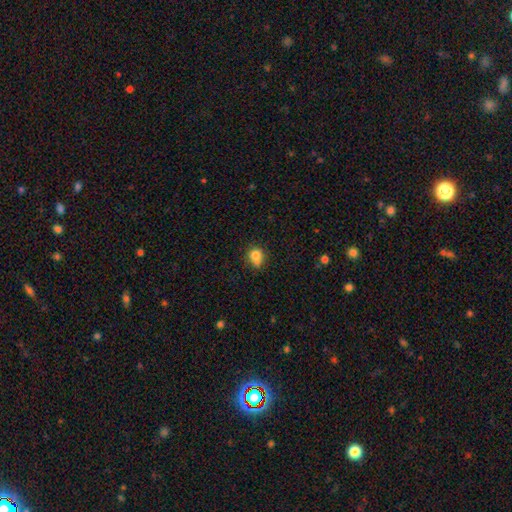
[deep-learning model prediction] smooth_or_featured: smooth (p=0.78) [alt: featured or disk p=0.11]
how_rounded: round (p=0.77) [alt: in between p=0.22]
merging: none (p=0.50) [alt: merger p=0.27]